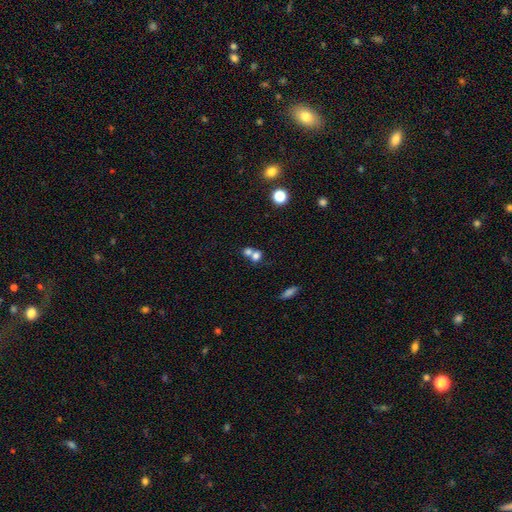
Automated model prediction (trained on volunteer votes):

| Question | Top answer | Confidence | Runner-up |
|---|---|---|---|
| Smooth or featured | smooth | 72% | featured or disk (15%) |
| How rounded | round | 63% | in between (35%) |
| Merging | merger | 63% | none (28%) |